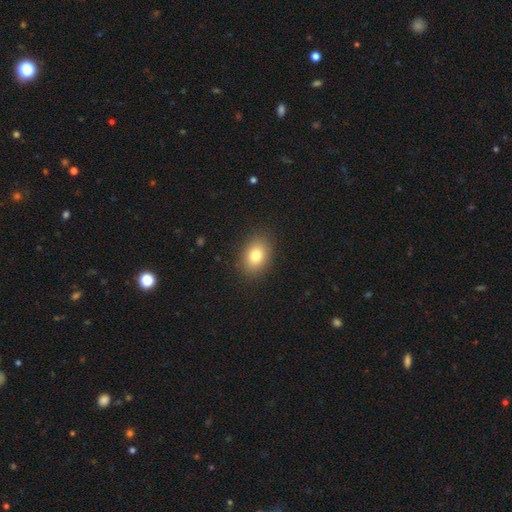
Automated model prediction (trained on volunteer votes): Smooth or featured? Predicted: smooth (p=0.80). How rounded? Predicted: in between (p=0.71). Merging? Predicted: none (p=0.88).